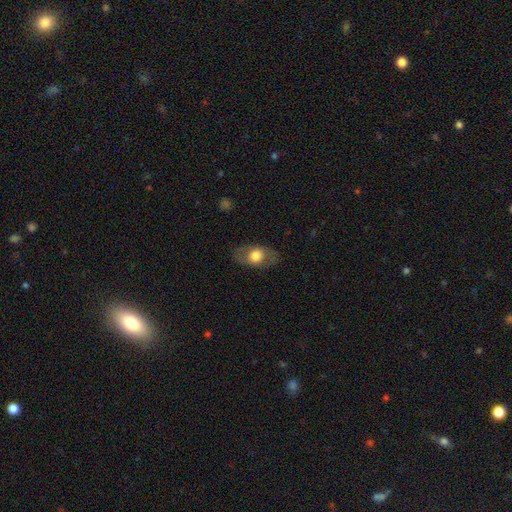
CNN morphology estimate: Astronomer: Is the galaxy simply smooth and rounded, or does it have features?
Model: smooth — 60%.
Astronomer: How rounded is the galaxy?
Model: in between — 79%.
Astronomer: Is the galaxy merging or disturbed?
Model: none — 81%.